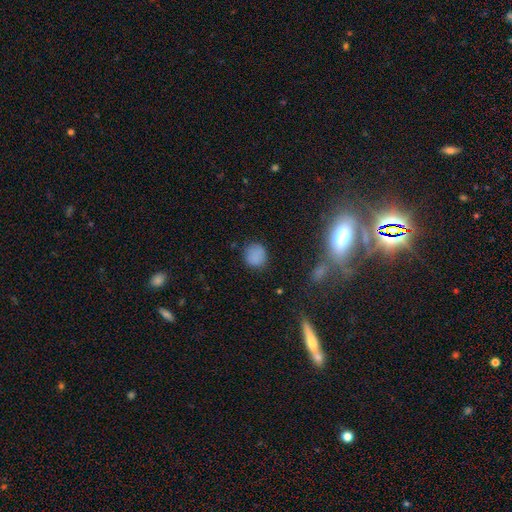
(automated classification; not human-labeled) Smooth or featured: smooth — 81% (star or artifact — 13%)
How rounded: round — 85% (in between — 14%)
Merging: none — 81% (minor disturbance — 13%)